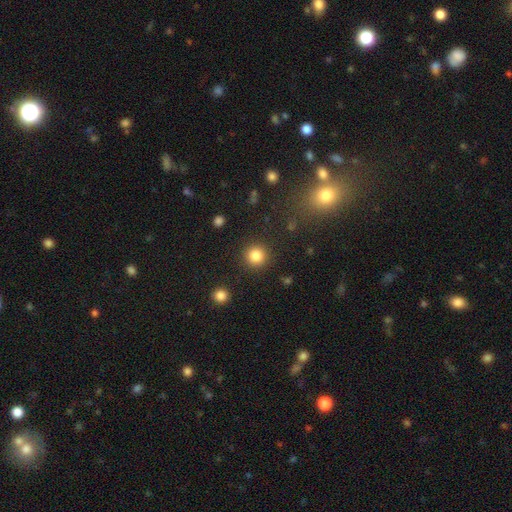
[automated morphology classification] The model was most divided on "smooth or featured": smooth: 84%, star or artifact: 11%, featured or disk: 5%. More confident: how rounded — round (94%); merging — none (90%).